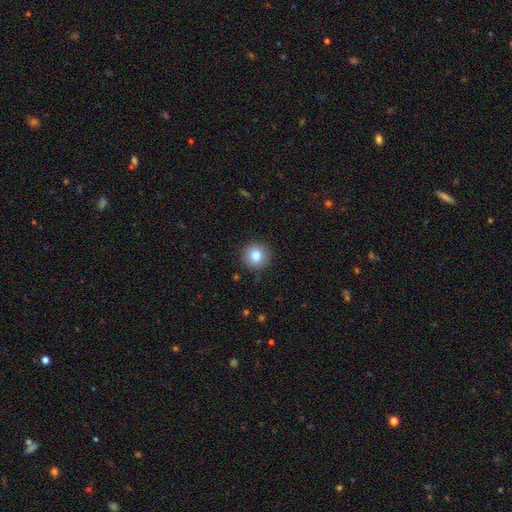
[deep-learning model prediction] This is clearly a smooth galaxy (83%). How rounded: clearly round (93%). Merging: clearly none (91%).